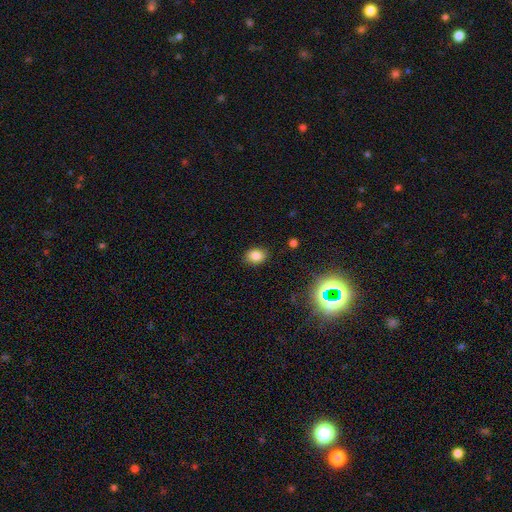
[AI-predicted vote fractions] Overall: smooth (83%). How rounded: in between (65%; round 34%). Merging: none (86%).